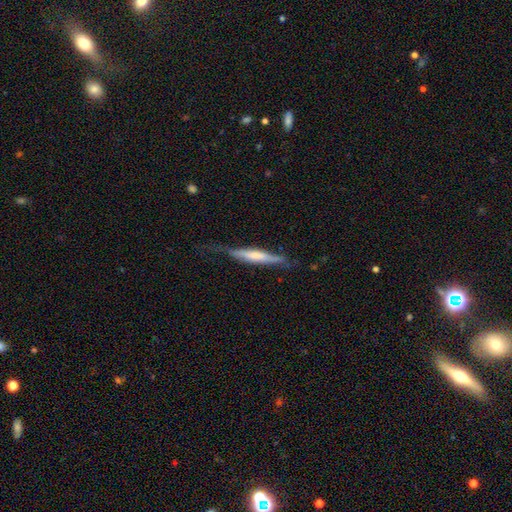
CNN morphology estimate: A featured or disk galaxy (49%).

Vote fractions:
- Smooth or featured? featured or disk: 49% / smooth: 46% / star or artifact: 5%
- Merging? none: 57% / minor disturbance: 29% / major disturbance: 12% / merger: 2%